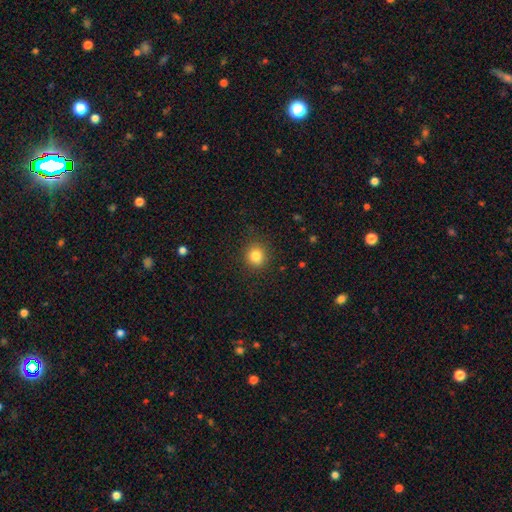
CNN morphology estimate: This appears to be a smooth galaxy with no disk features (83%) that is round (89%). Merging: none (88%).